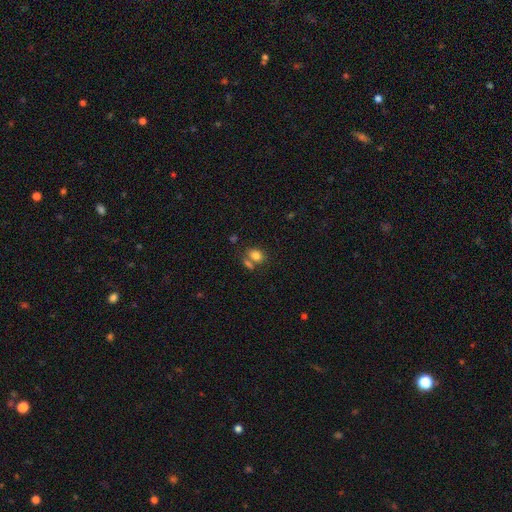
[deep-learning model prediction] smooth_or_featured: smooth (p=0.80) [alt: star or artifact p=0.11]
how_rounded: in between (p=0.65) [alt: round p=0.33]
merging: none (p=0.54) [alt: merger p=0.29]